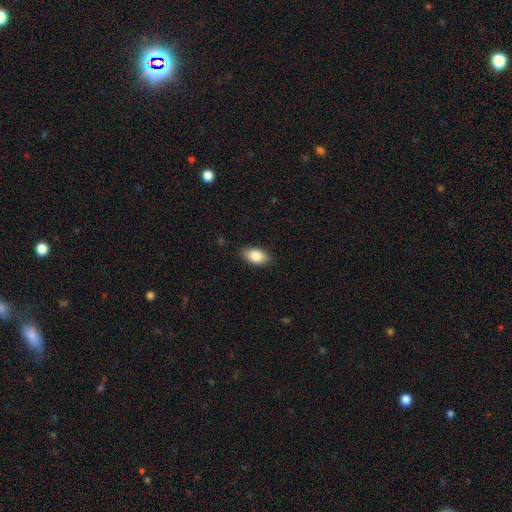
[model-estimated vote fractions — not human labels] Smooth or featured? smooth (86%)
How rounded? in between (91%)
Merging? none (85%)